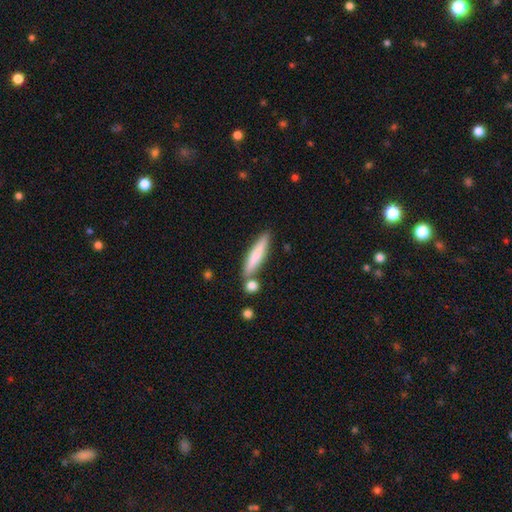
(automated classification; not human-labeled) Smooth or featured?
  - smooth: 71% *
  - featured or disk: 23%
  - star or artifact: 6%
How rounded?
  - cigar-shaped: 87% *
  - in between: 12%
  - round: 2%
Merging?
  - none: 75% *
  - minor disturbance: 12%
  - merger: 11%
  - major disturbance: 3%